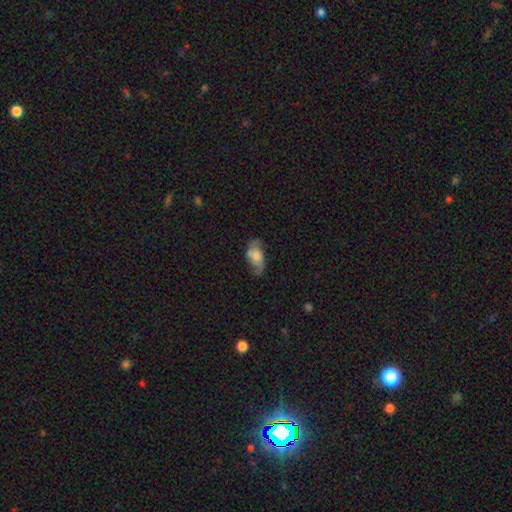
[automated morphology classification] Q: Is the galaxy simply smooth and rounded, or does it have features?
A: featured or disk — 47%.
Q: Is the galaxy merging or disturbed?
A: none — 57%.